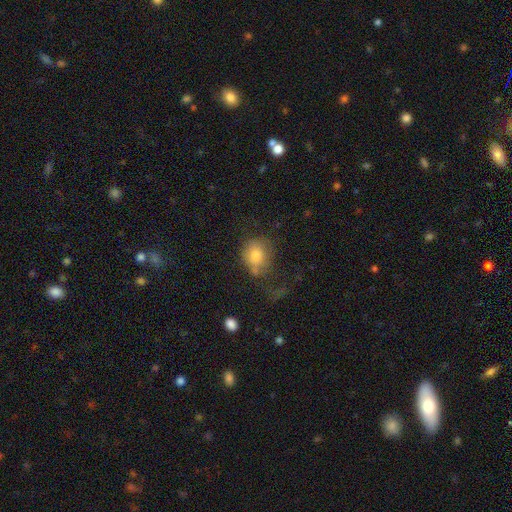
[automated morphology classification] A smooth galaxy with no disk features (76%) that is round (66%). Merging: none (48%).